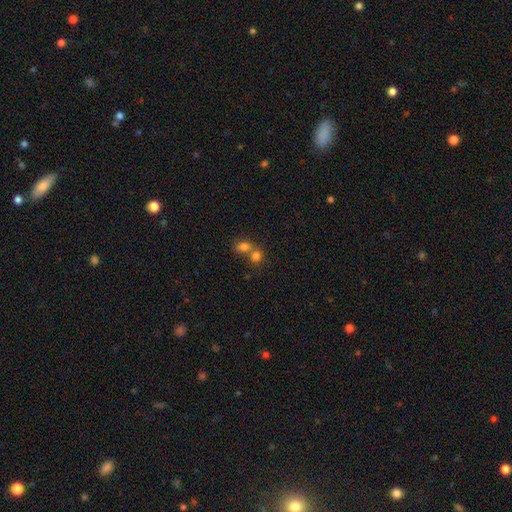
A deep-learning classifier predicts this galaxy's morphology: Smooth or featured: smooth — 77% (star or artifact — 12%)
How rounded: round — 67% (in between — 32%)
Merging: merger — 57% (none — 33%)